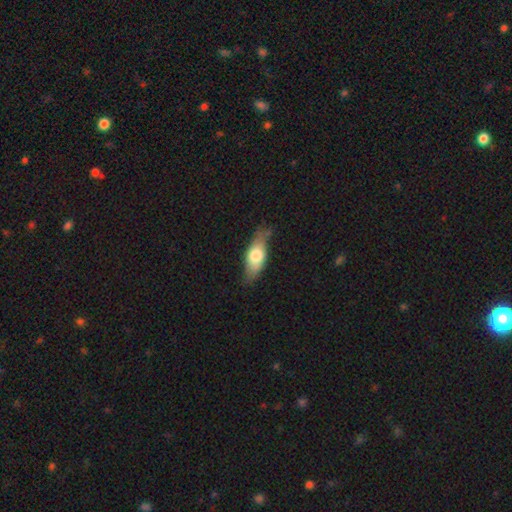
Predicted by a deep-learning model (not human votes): The model was most divided on "smooth or featured": smooth: 61%, featured or disk: 33%, star or artifact: 6%. More confident: how rounded — in between (75%); merging — none (64%).